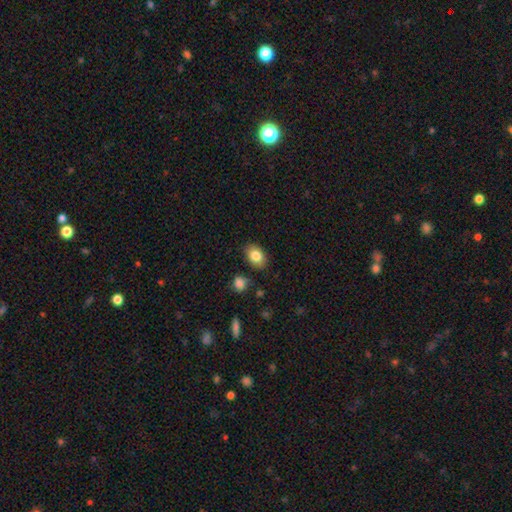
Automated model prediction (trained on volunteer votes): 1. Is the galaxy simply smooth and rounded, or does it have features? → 83% smooth, 9% featured or disk, 8% star or artifact.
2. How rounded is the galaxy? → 84% in between, 15% round, 1% cigar-shaped.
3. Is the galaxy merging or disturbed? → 84% none, 11% minor disturbance, 3% merger, 2% major disturbance.